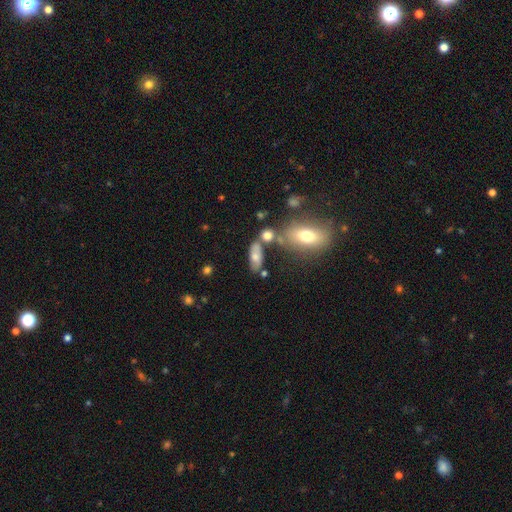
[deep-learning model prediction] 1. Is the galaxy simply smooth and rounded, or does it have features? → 61% smooth, 28% featured or disk, 10% star or artifact.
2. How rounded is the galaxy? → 78% in between, 16% cigar-shaped, 6% round.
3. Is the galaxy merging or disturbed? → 58% none, 18% merger, 17% minor disturbance, 7% major disturbance.